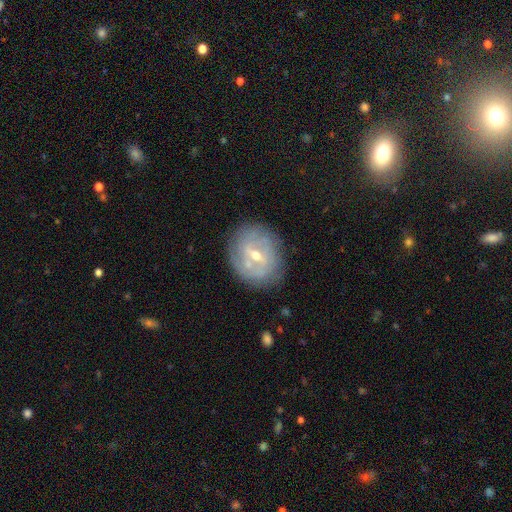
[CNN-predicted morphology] Smooth or featured?
  - featured or disk: 72% *
  - smooth: 20%
  - star or artifact: 8%
Edge-on disk?
  - no: 96% *
  - yes: 4%
Bar?
  - weak: 54% *
  - no: 24%
  - strong: 22%
Spiral arms?
  - yes: 72% *
  - no: 28%
Bulge size?
  - moderate: 51% *
  - small: 46%
  - large: 2%
  - none: 1%
  - dominant: 1%
Merging?
  - none: 77% *
  - minor disturbance: 15%
  - major disturbance: 5%
  - merger: 3%